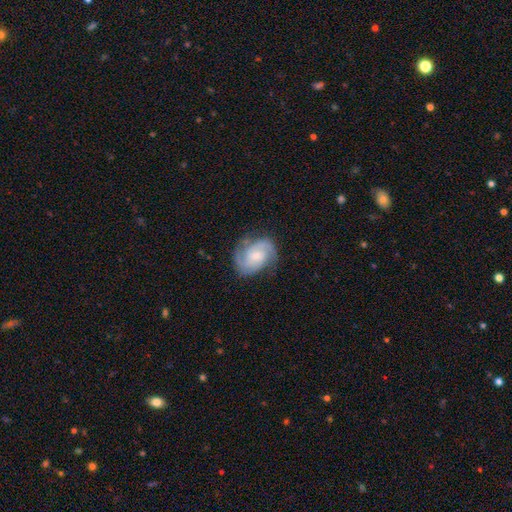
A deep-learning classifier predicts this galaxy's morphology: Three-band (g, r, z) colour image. It shows a featured or disk galaxy (83%) with no bar (53%), 2 (68%) medium (46%) spiral arms (97%) and a moderate central bulge (43%). Merging: none (76%).